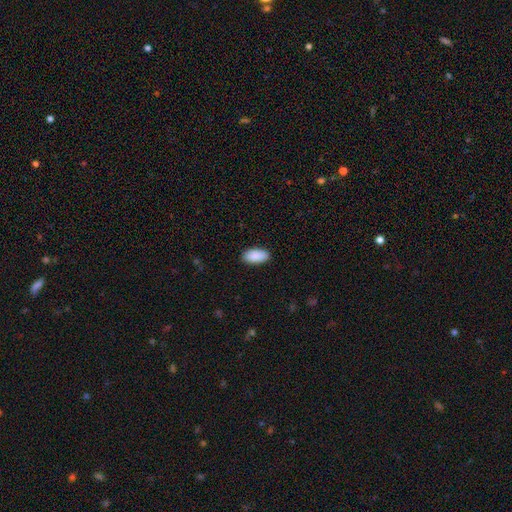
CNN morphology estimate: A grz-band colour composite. It shows a smooth galaxy with no disk features (91%) that is in between round and cigar-shaped (94%). Merging: none (89%).